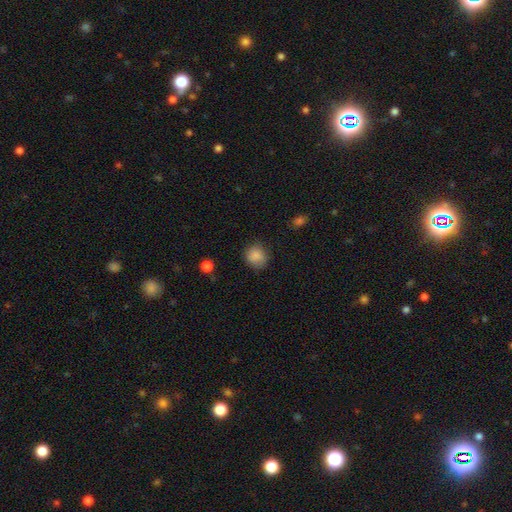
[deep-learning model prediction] A smooth galaxy with no disk features (86%) that is round (84%).

Vote fractions:
- Smooth or featured? smooth: 86% / star or artifact: 9% / featured or disk: 5%
- How rounded? round: 84% / in between: 15% / cigar-shaped: 1%
- Merging? none: 80% / minor disturbance: 15% / major disturbance: 4% / merger: 1%